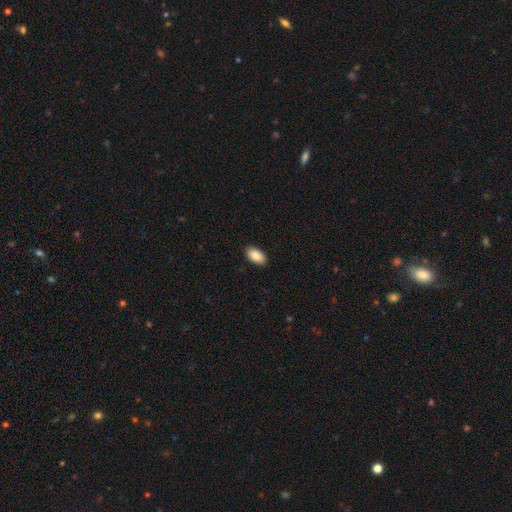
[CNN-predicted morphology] Smooth or featured? Predicted: smooth (p=0.89). How rounded? Predicted: in between (p=0.95). Merging? Predicted: none (p=0.90).